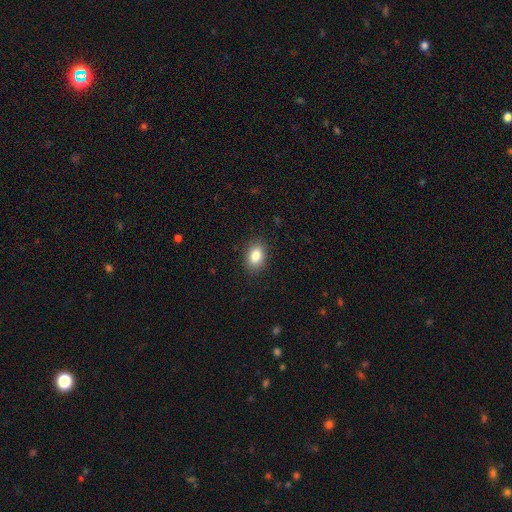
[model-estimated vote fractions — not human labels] Morphology: type=smooth (85%); roundness=in between (81%); merging=none (88%).